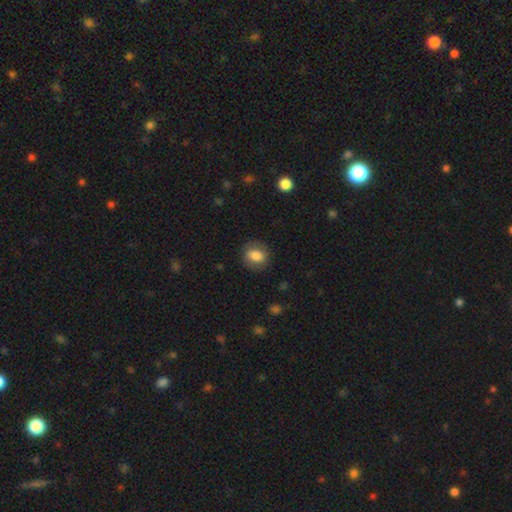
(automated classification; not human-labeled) The model was most divided on "how rounded": round: 60%, in between: 39%, cigar-shaped: 1%. More confident: merging — none (82%); smooth or featured — smooth (79%).